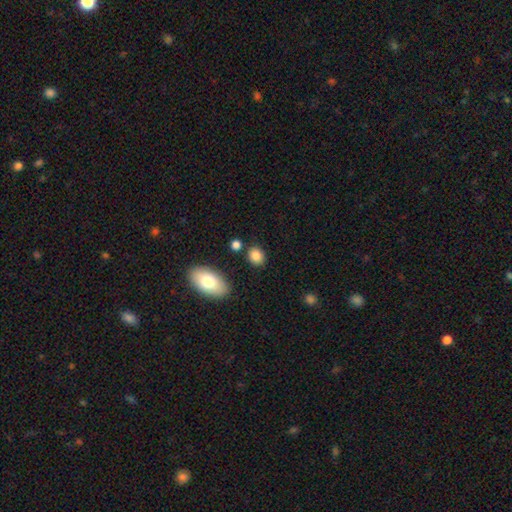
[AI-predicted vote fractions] smooth_or_featured: smooth (p=0.84) [alt: star or artifact p=0.10]
how_rounded: round (p=0.50) [alt: in between p=0.48]
merging: none (p=0.80) [alt: minor disturbance p=0.11]